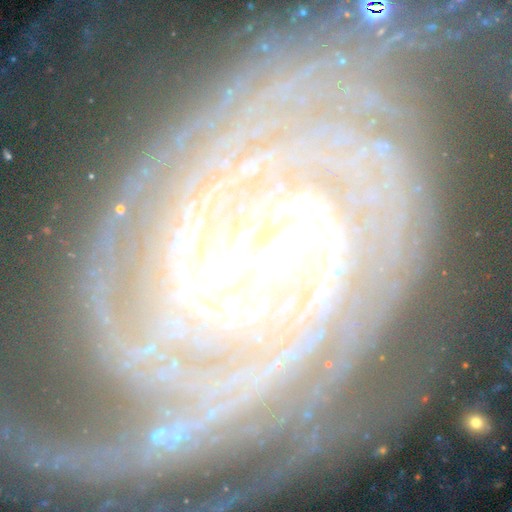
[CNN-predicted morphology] featured or disk 91%, star or artifact 5%, smooth 4%. Down the decision tree: edge-on disk — no (96%); bar — weak (38%); spiral arms — yes (98%); spiral arm count — 2 (27%); spiral winding — tight (79%); bulge size — moderate (59%); merging — none (71%).